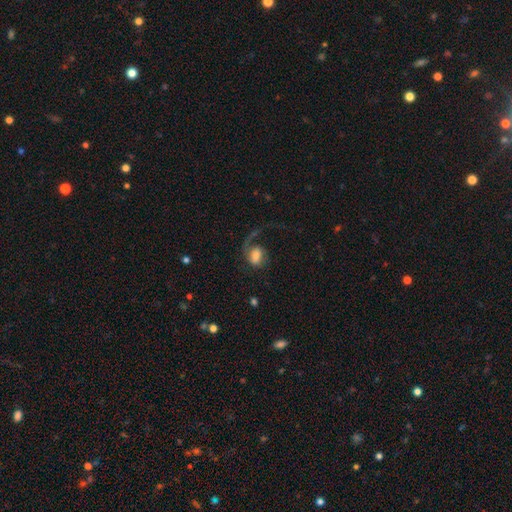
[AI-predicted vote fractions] The model was most divided on "bar": no: 45%, weak: 40%, strong: 15%. Remaining: edge-on disk — no (97%); spiral arms — yes (86%); smooth or featured — featured or disk (57%); merging — major disturbance (47%); bulge size — moderate (39%).